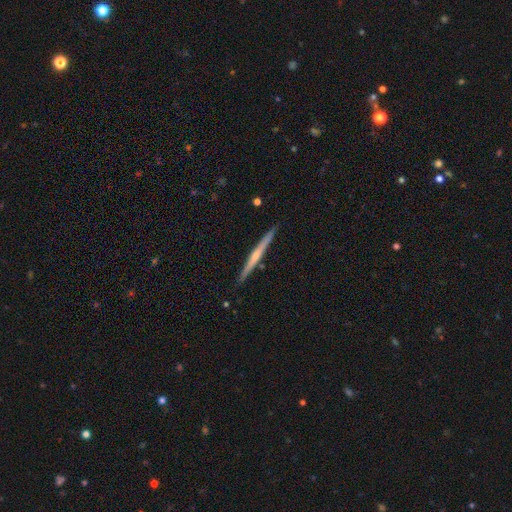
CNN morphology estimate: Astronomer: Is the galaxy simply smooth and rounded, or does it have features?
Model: featured or disk — 65%.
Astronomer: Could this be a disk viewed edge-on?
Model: yes — 98%.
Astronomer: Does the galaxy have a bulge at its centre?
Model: rounded — 48% (runner-up: none, 46%).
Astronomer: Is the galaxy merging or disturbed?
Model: none — 90%.